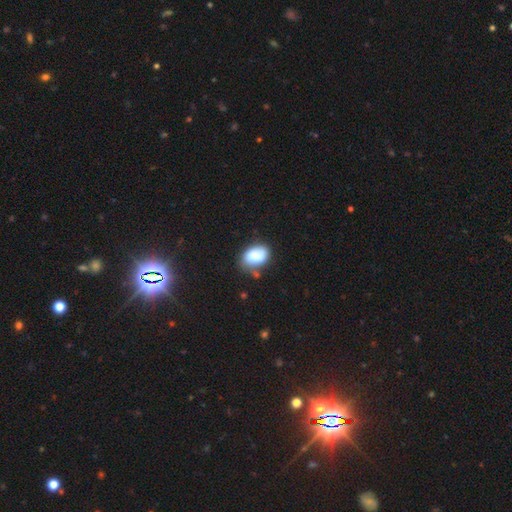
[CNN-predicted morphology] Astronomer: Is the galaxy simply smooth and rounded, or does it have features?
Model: smooth — 84%.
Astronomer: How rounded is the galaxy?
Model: in between — 86%.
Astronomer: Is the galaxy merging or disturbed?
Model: none — 60%.